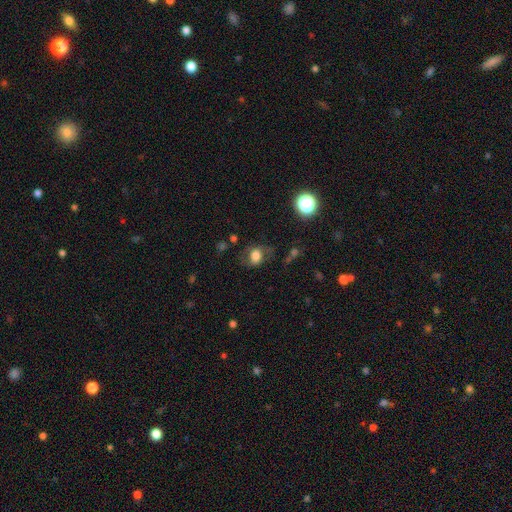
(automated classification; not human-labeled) Smooth or featured? smooth (68%)
How rounded? in between (58%)
Merging? none (61%)